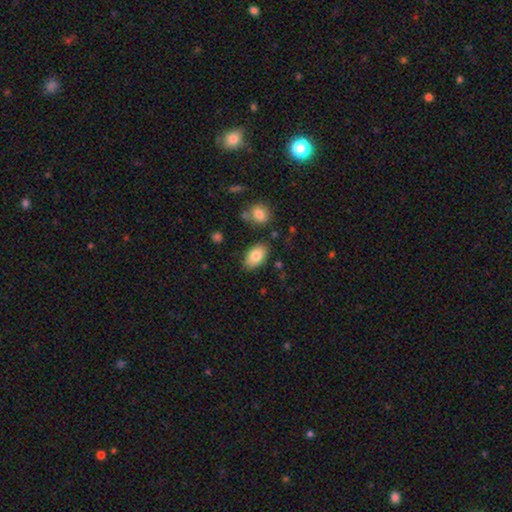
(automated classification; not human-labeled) Q: Smooth or featured?
A: smooth (82%); runner-up: featured or disk (11%)
Q: How rounded?
A: in between (92%); runner-up: round (6%)
Q: Merging?
A: none (82%); runner-up: minor disturbance (12%)